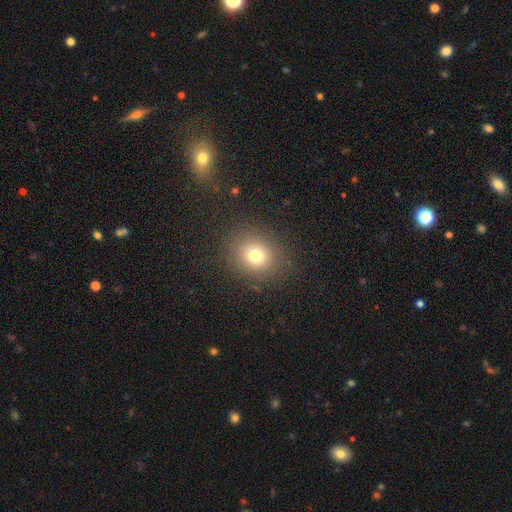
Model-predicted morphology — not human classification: smooth 74%, star or artifact 16%, featured or disk 10%. Down the decision tree: how rounded — round (72%); merging — none (86%).